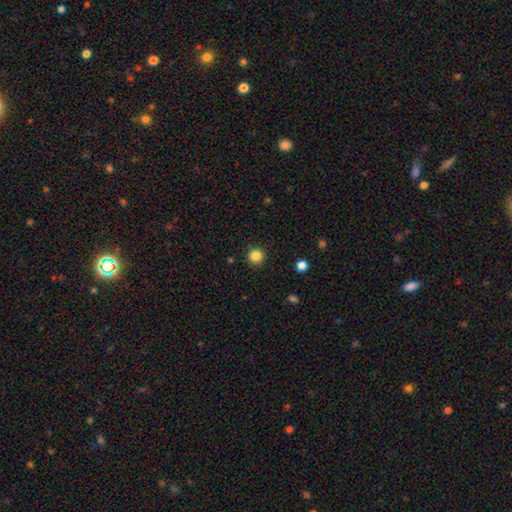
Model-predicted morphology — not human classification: Smooth or featured? Predicted: smooth (p=0.85). How rounded? Predicted: round (p=0.96). Merging? Predicted: none (p=0.92).